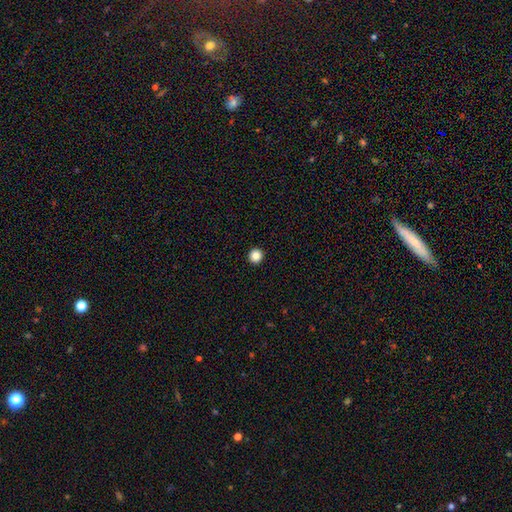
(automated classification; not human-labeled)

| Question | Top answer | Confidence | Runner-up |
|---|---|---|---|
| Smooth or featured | smooth | 86% | star or artifact (10%) |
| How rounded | round | 94% | in between (5%) |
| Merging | none | 94% | minor disturbance (3%) |